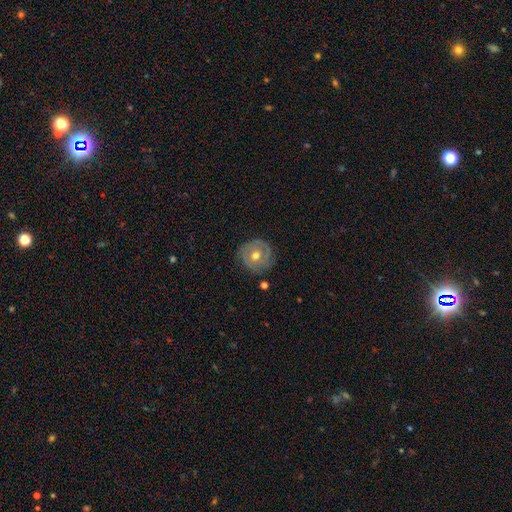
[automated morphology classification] Smooth or featured? featured or disk (56%)
Edge-on disk? no (96%)
Bar? no (79%)
Spiral arms? yes (56%)
Bulge size? moderate (80%)
Merging? none (78%)